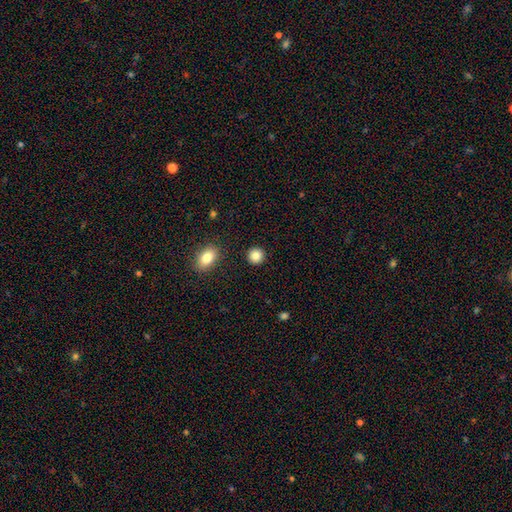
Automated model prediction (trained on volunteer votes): Overall: smooth (86%). How rounded: round (92%). Merging: none (92%).